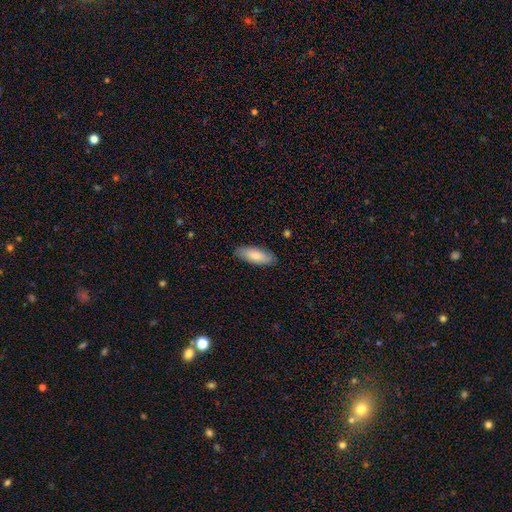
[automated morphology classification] A smooth galaxy with no disk features (79%) that is in between round and cigar-shaped (73%). Merging: none (85%).